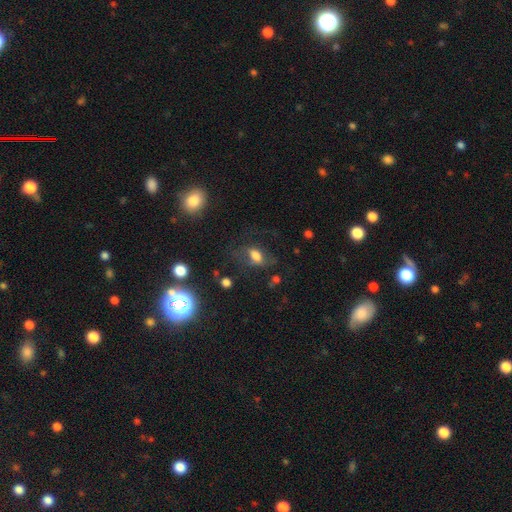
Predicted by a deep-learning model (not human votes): This appears to be a smooth galaxy with no disk features (61%) that is in between round and cigar-shaped (82%). Merging: none (50%).